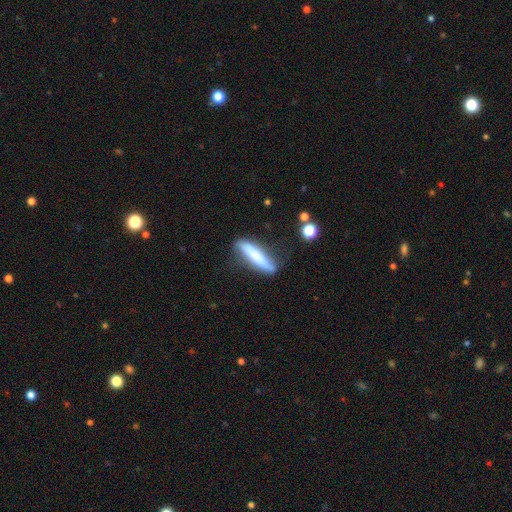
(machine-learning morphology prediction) This is likely a smooth galaxy (62%). How rounded: clearly cigar-shaped (85%). Merging: likely none (69%).